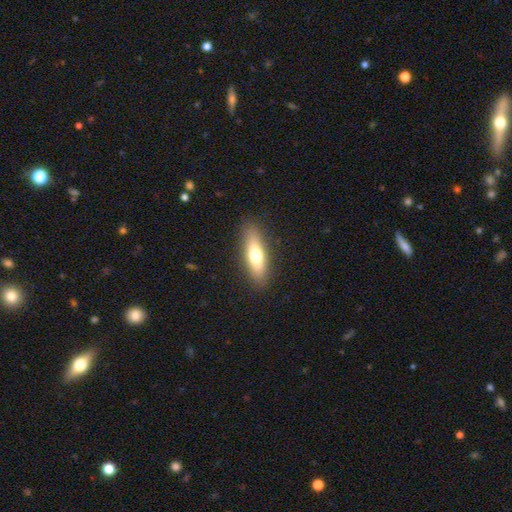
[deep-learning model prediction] A smooth galaxy with no disk features (65%) that is cigar-shaped (58%).

Vote fractions:
- Smooth or featured? smooth: 65% / featured or disk: 28% / star or artifact: 7%
- How rounded? cigar-shaped: 58% / in between: 40% / round: 2%
- Merging? none: 88% / minor disturbance: 9% / major disturbance: 2% / merger: 1%